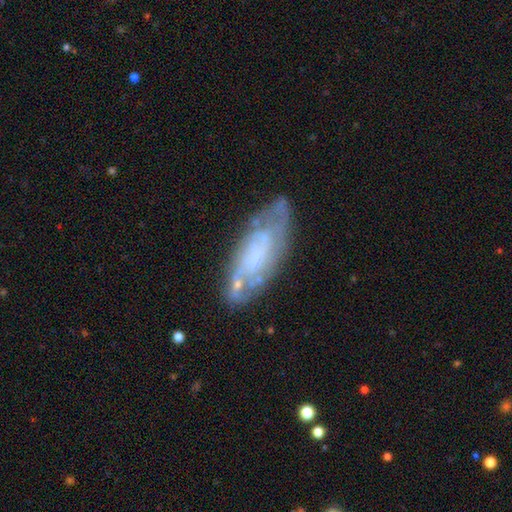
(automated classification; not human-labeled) This appears to be a featured or disk galaxy (64%) with no bar (73%), spiral arms (67%) and no central bulge (55%). Merging: none (65%).